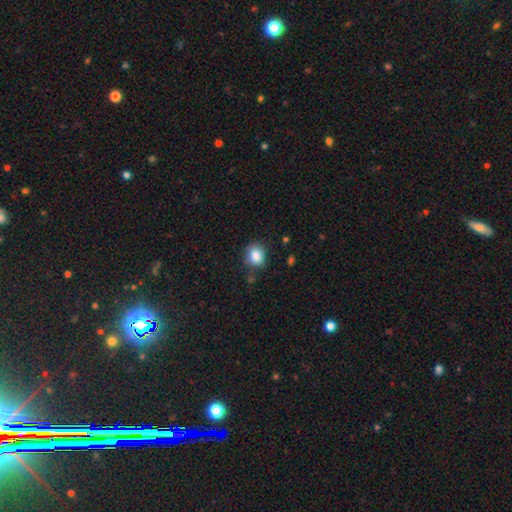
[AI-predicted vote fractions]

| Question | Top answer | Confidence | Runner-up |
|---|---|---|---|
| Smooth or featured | smooth | 86% | star or artifact (9%) |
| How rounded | round | 66% | in between (33%) |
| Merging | none | 80% | minor disturbance (14%) |